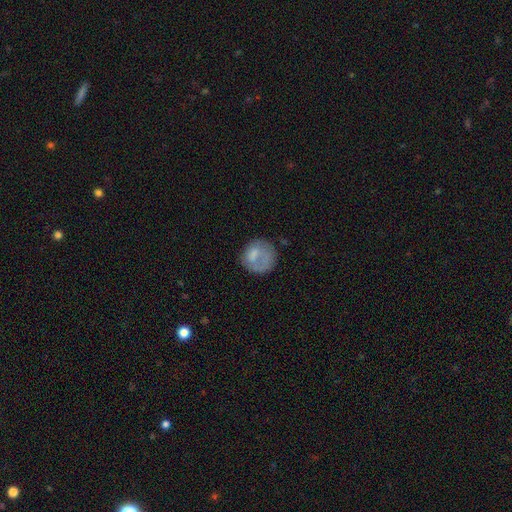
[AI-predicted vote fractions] Morphology: type=smooth (66%); roundness=round (83%); merging=none (54%).